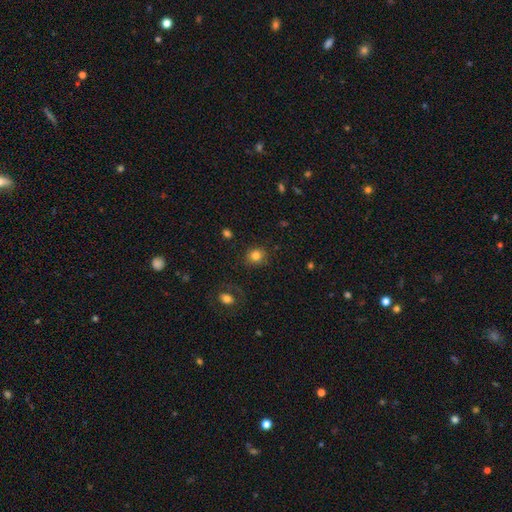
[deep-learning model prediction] Smooth or featured?
  - smooth: 83% *
  - star or artifact: 11%
  - featured or disk: 6%
How rounded?
  - round: 81% *
  - in between: 18%
  - cigar-shaped: 1%
Merging?
  - none: 86% *
  - minor disturbance: 9%
  - major disturbance: 4%
  - merger: 2%